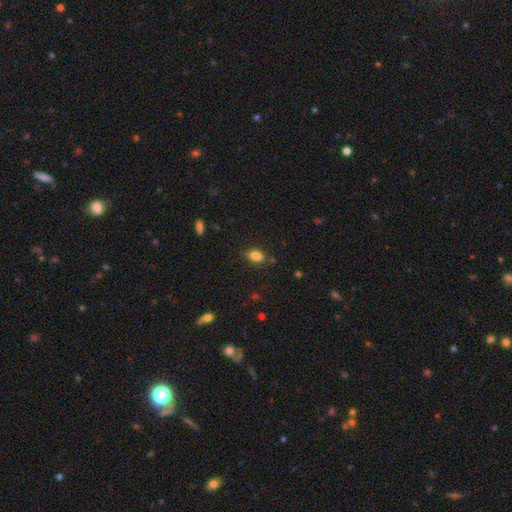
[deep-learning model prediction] Morphology: type=smooth (83%); roundness=in between (86%); merging=none (80%).